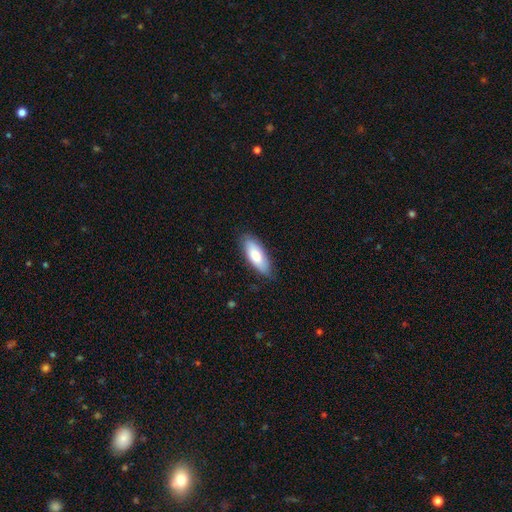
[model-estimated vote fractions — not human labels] smooth 79%, featured or disk 16%, star or artifact 5%. Down the decision tree: how rounded — in between (73%); merging — none (81%).